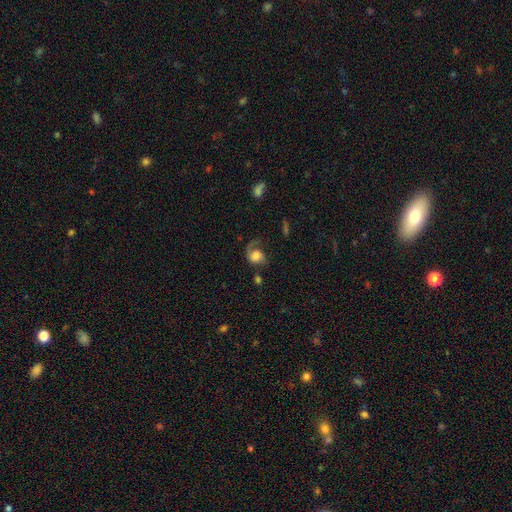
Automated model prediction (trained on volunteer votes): Smooth or featured?
  - featured or disk: 48% *
  - smooth: 43%
  - star or artifact: 9%
Merging?
  - major disturbance: 38% *
  - none: 36%
  - minor disturbance: 21%
  - merger: 4%